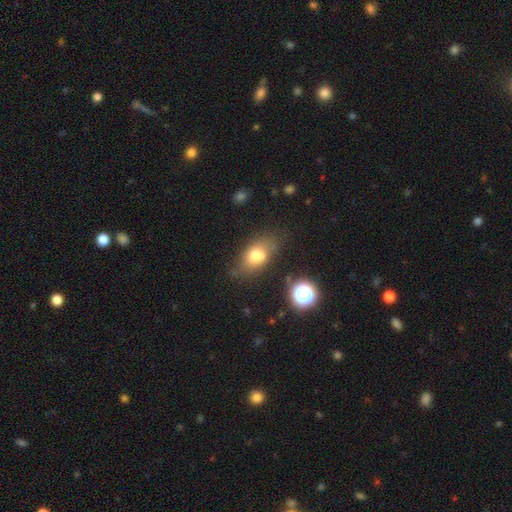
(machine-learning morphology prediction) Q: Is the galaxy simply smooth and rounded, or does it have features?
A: smooth — 72%.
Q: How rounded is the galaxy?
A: in between — 78%.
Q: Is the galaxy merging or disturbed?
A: none — 64%.